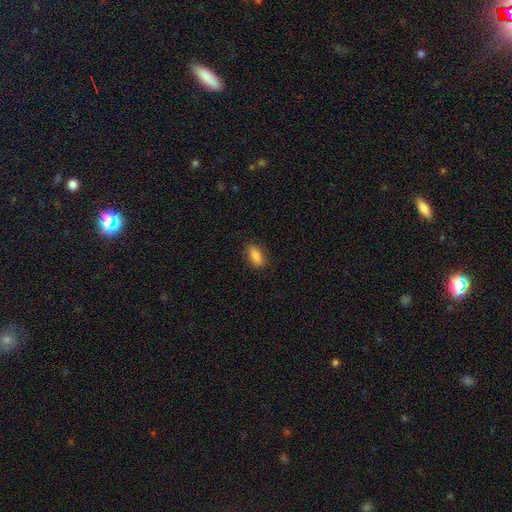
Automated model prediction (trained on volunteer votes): smooth 84%, featured or disk 9%, star or artifact 8%. Down the decision tree: how rounded — in between (85%); merging — none (85%).